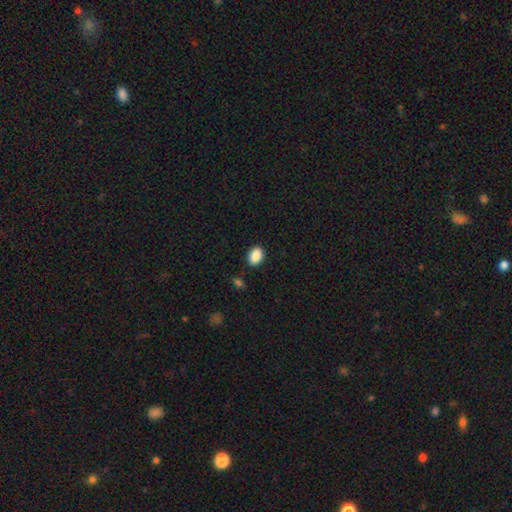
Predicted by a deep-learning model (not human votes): A smooth galaxy with no disk features (89%) that is in between round and cigar-shaped (80%). Merging: none (88%).